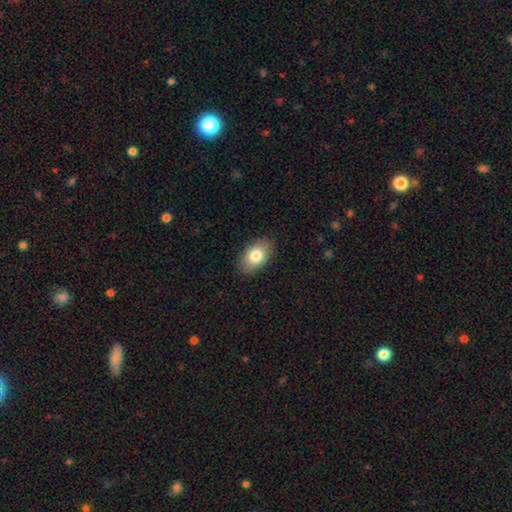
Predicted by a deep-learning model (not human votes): Morphology: type=smooth (80%); roundness=in between (91%); merging=none (87%).